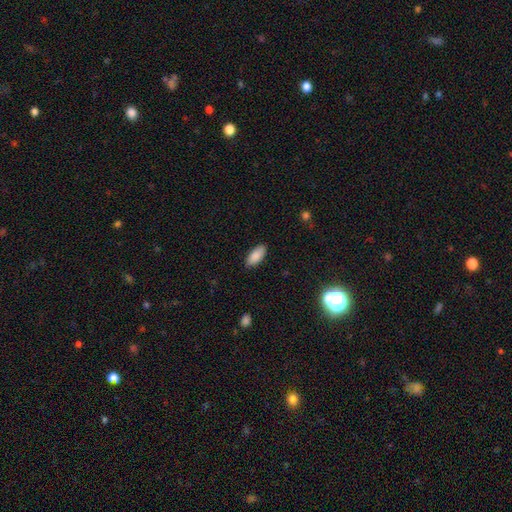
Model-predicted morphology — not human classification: Q: Smooth or featured?
A: smooth (89%); runner-up: star or artifact (7%)
Q: How rounded?
A: in between (87%); runner-up: cigar-shaped (12%)
Q: Merging?
A: none (87%); runner-up: minor disturbance (10%)